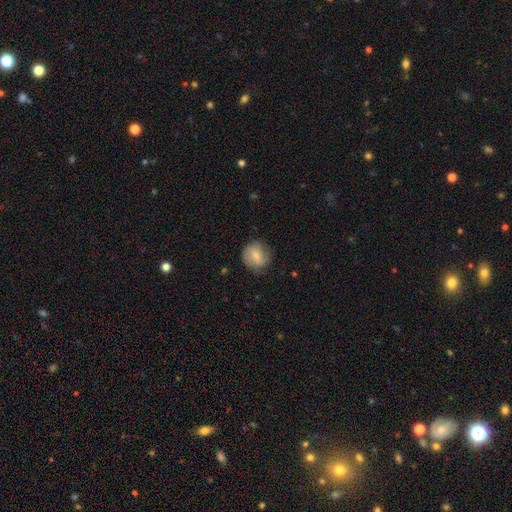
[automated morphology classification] Overall: smooth (69%). How rounded: round (86%). Merging: none (76%).